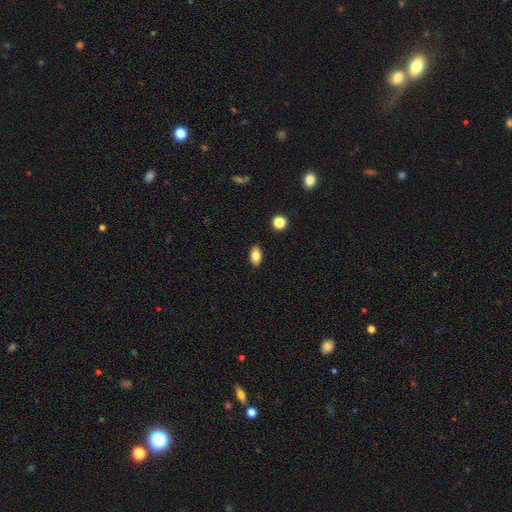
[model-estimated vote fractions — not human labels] Smooth or featured? Predicted: smooth (p=0.78). How rounded? Predicted: in between (p=0.88). Merging? Predicted: none (p=0.88).